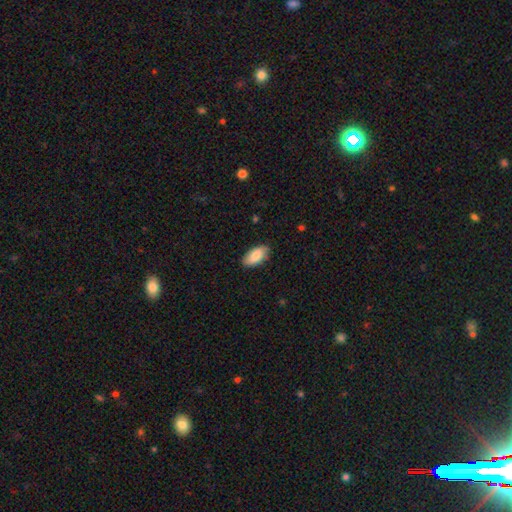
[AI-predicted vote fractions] Smooth or featured? smooth (81%)
How rounded? in between (93%)
Merging? none (83%)